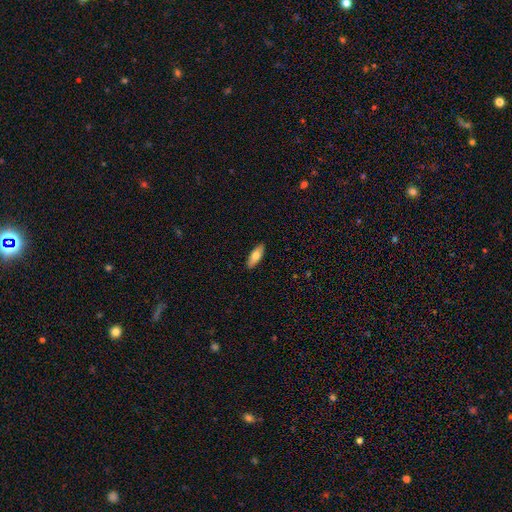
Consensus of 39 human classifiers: Smooth or featured? smooth (64%)
How rounded? in between (76%)
Merging? none (78%)